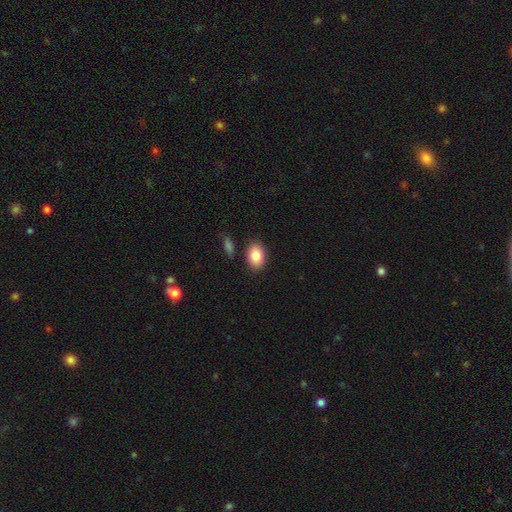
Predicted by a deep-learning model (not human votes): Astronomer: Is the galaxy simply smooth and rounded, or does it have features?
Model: smooth — 86%.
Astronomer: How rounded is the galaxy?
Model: in between — 84%.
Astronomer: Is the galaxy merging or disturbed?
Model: none — 85%.